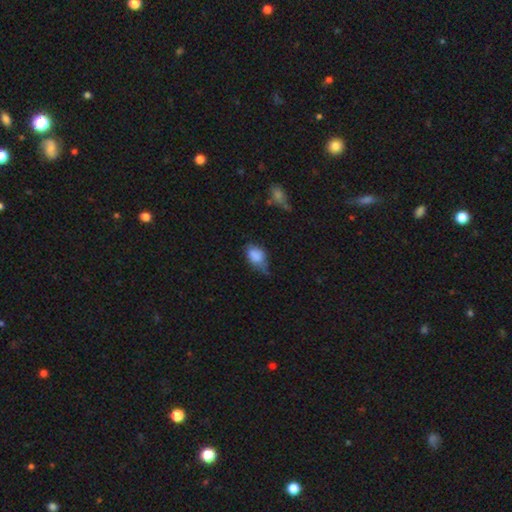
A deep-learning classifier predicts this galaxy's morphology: Q: Smooth or featured?
A: smooth (78%); runner-up: featured or disk (12%)
Q: How rounded?
A: in between (78%); runner-up: round (20%)
Q: Merging?
A: minor disturbance (43%); runner-up: none (33%)